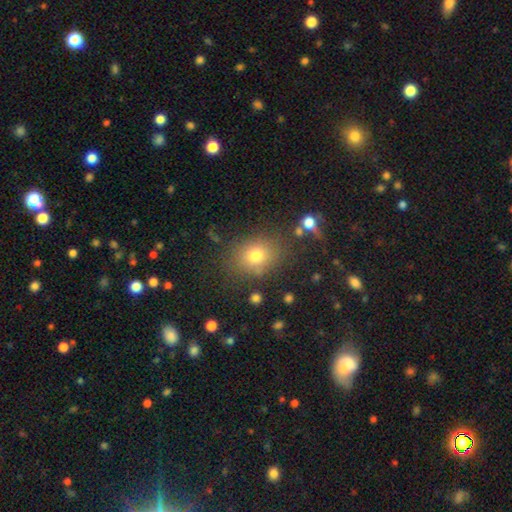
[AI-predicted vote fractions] Smooth or featured: smooth — 74% (star or artifact — 16%)
How rounded: round — 54% (in between — 45%)
Merging: none — 79% (minor disturbance — 12%)